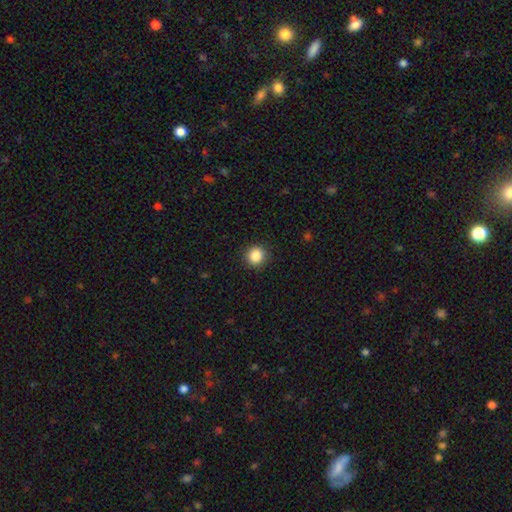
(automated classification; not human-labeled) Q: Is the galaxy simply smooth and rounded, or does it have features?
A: smooth — 87%.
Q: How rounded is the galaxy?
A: round — 90%.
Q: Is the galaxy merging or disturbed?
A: none — 91%.